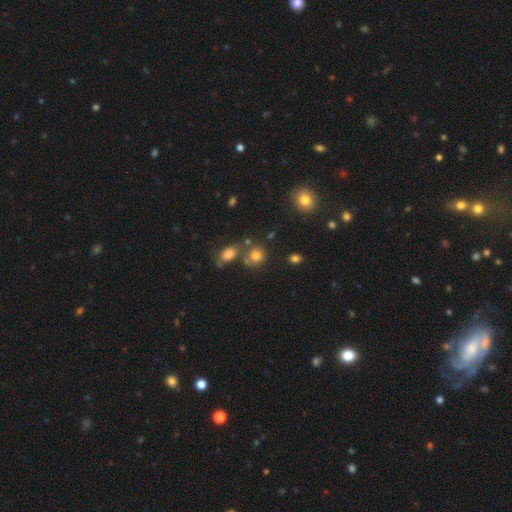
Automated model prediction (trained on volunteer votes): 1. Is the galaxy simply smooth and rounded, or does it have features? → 76% smooth, 15% star or artifact, 9% featured or disk.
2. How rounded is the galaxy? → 76% round, 23% in between, 1% cigar-shaped.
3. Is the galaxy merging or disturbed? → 61% none, 20% merger, 13% minor disturbance, 5% major disturbance.